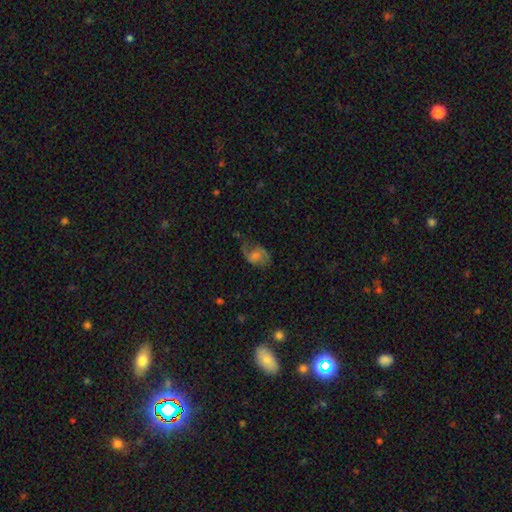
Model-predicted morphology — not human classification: featured or disk 58%, smooth 31%, star or artifact 11%. Down the decision tree: edge-on disk — no (96%); bar — no (62%); spiral arms — yes (83%); bulge size — moderate (48%); merging — none (54%).